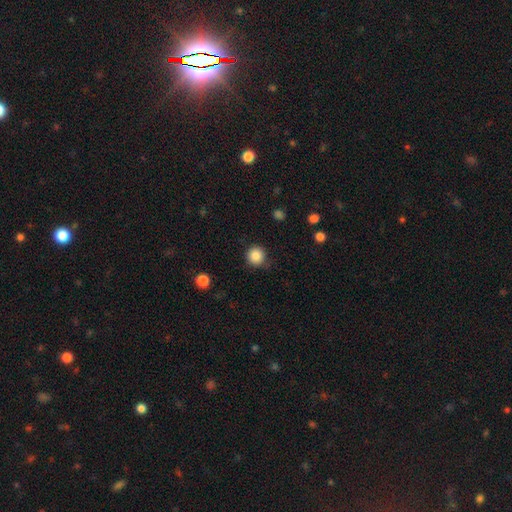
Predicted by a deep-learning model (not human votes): This is clearly a smooth galaxy (87%). How rounded: clearly round (94%). Merging: clearly none (85%).